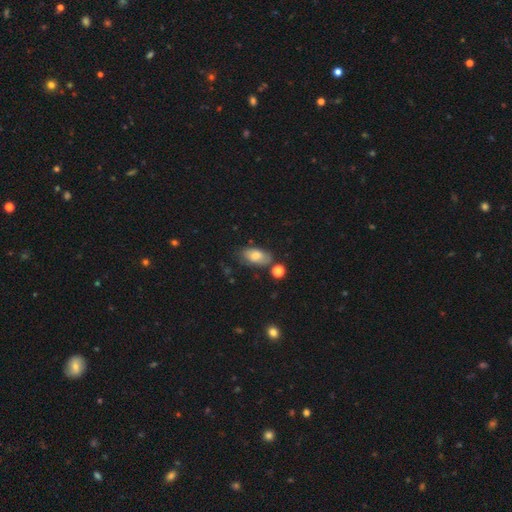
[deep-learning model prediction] smooth-or-featured: smooth: 71% | featured or disk: 21% | star or artifact: 8%
  how-rounded: in between: 91% | round: 6% | cigar-shaped: 3%
  merging: none: 65% | minor disturbance: 22% | merger: 7% | major disturbance: 6%